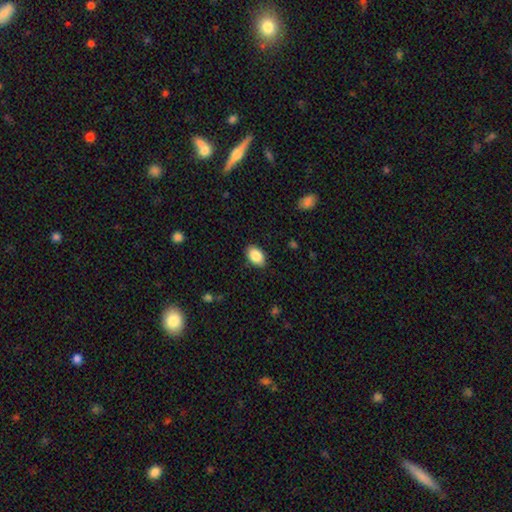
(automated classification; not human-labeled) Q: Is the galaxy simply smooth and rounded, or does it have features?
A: smooth — 89%.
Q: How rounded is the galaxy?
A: in between — 91%.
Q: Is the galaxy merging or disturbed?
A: none — 87%.